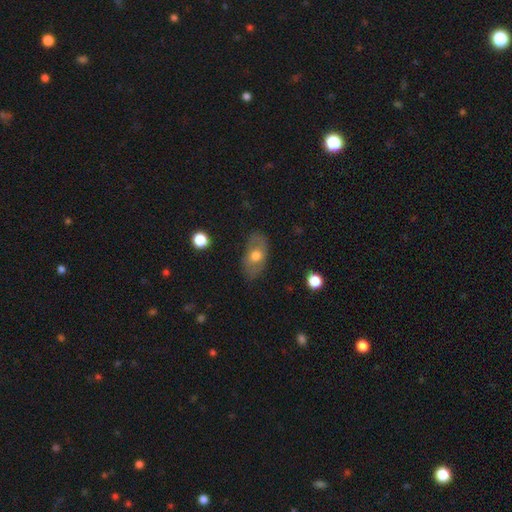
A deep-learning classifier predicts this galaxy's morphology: This is likely a smooth galaxy (60%). How rounded: clearly in between (89%). Merging: likely none (76%).